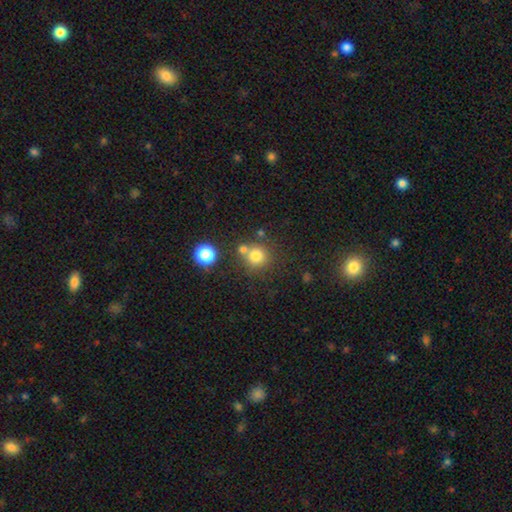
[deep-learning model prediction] The model was most divided on "merging": none: 64%, merger: 24%, minor disturbance: 9%, major disturbance: 4%. More confident: how rounded — round (91%); smooth or featured — smooth (77%).